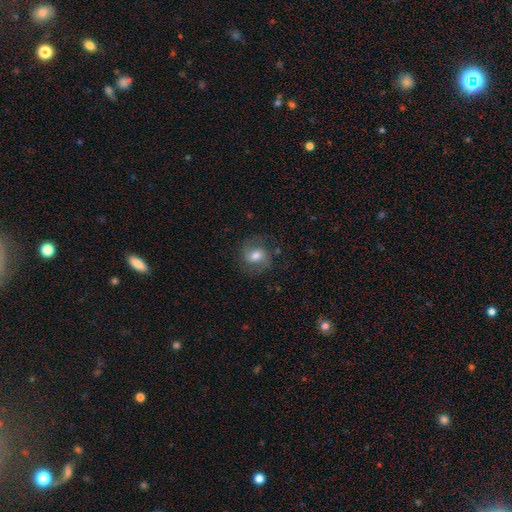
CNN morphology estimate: Smooth or featured? Predicted: featured or disk (p=0.46). Merging? Predicted: none (p=0.72).